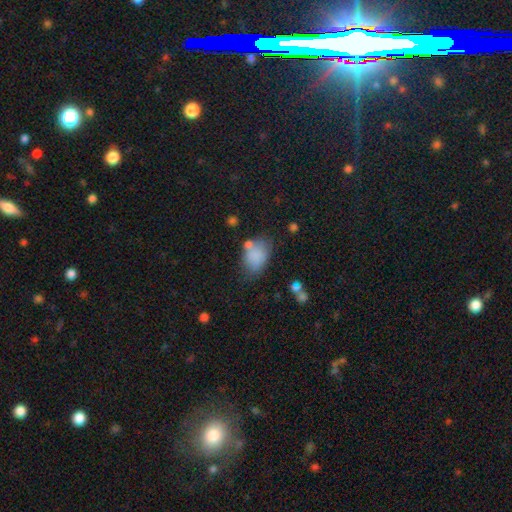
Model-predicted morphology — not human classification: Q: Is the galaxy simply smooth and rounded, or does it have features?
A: smooth — 78%.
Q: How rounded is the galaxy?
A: in between — 79%.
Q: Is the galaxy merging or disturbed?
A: none — 47%.